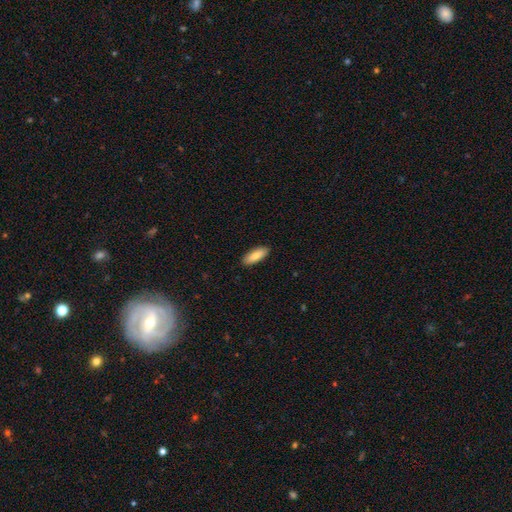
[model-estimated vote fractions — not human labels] This is clearly a smooth galaxy (81%). How rounded: likely in between (69%). Merging: clearly none (90%).